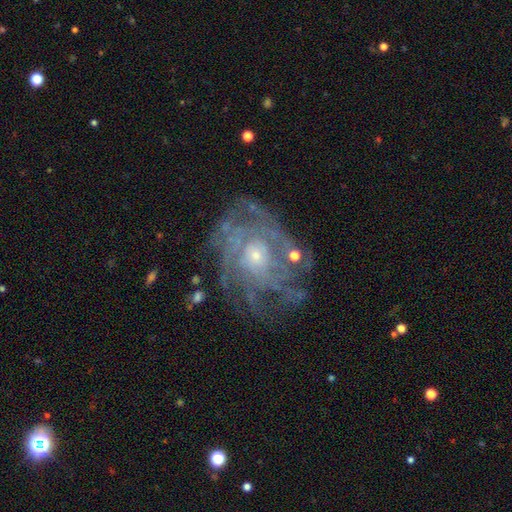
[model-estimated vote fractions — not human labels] Smooth or featured?
  - featured or disk: 84% *
  - smooth: 9%
  - star or artifact: 7%
Edge-on disk?
  - no: 97% *
  - yes: 3%
Bar?
  - no: 80% *
  - weak: 17%
  - strong: 4%
Spiral arms?
  - yes: 83% *
  - no: 17%
Spiral winding?
  - tight: 64% *
  - medium: 27%
  - loose: 10%
Spiral arm count?
  - can't tell: 47% *
  - 4: 14%
  - more than 4: 13%
  - 3: 11%
  - 2: 10%
  - 1: 6%
Bulge size?
  - small: 67% *
  - moderate: 27%
  - large: 3%
  - none: 2%
  - dominant: 1%
Merging?
  - none: 62% *
  - minor disturbance: 19%
  - major disturbance: 15%
  - merger: 3%